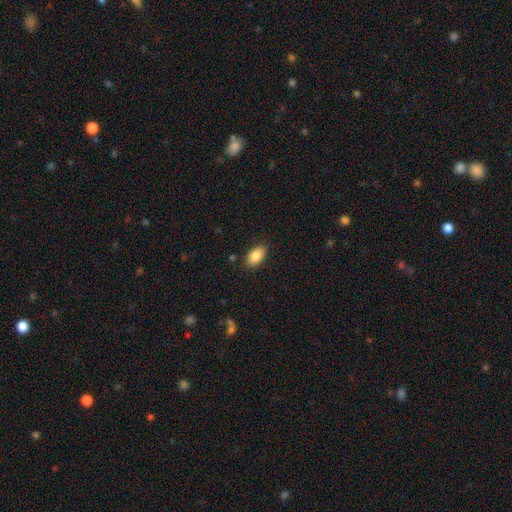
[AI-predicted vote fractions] Morphology: type=smooth (88%); roundness=in between (92%); merging=none (85%).